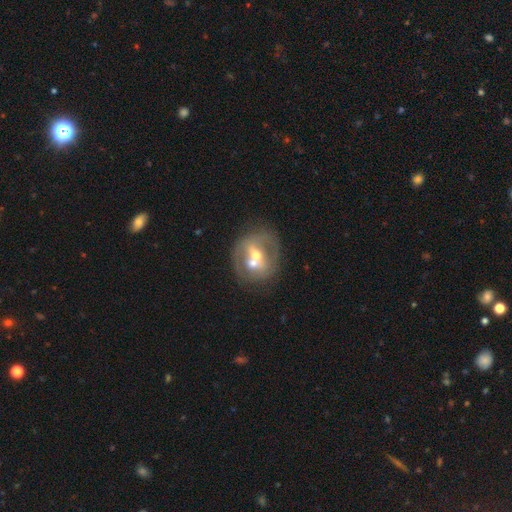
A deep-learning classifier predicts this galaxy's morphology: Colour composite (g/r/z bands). It shows a featured or disk galaxy (62%) with no bar (55%), no spiral arms (74%) and a moderate central bulge (66%). Merging: merger (46%).